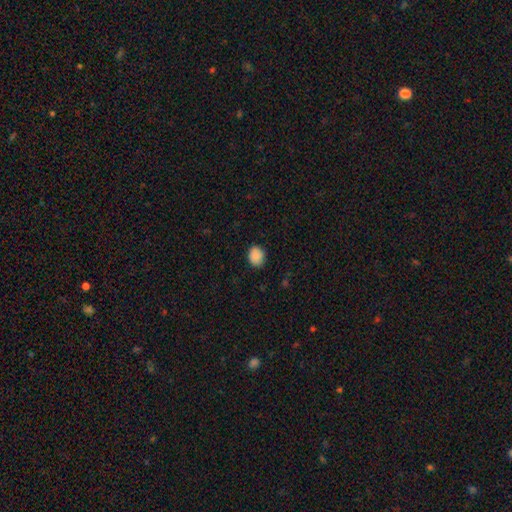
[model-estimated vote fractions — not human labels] Morphology: type=smooth (88%); roundness=round (60%); merging=none (85%).